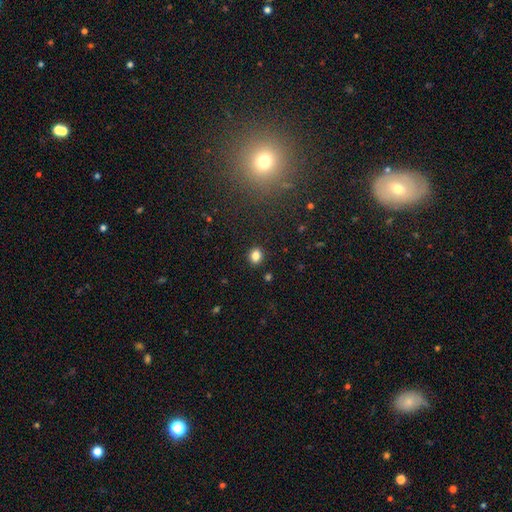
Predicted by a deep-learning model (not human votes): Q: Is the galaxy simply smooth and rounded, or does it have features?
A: smooth — 83%.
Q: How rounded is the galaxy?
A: round — 71%.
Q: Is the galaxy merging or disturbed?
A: none — 90%.